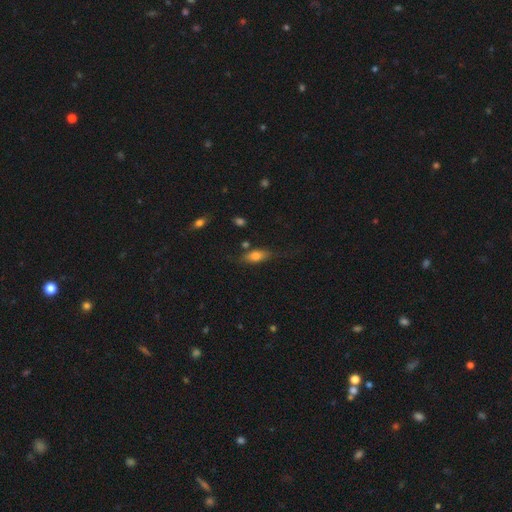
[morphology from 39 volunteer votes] smooth 77%, featured or disk 21%, star or artifact 3%. Down the decision tree: how rounded — in between (80%); merging — none (74%).